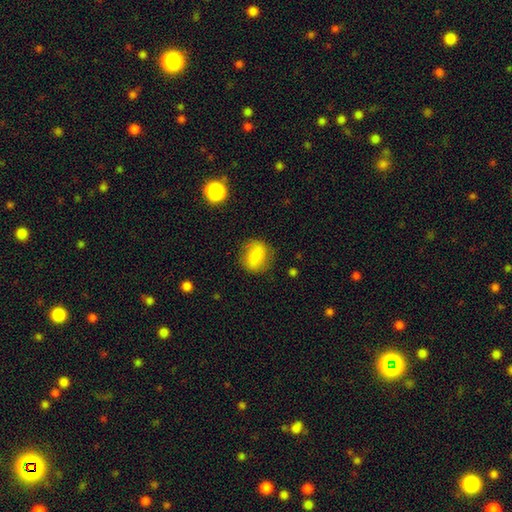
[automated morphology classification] The model was most divided on "how rounded": round: 61%, in between: 37%, cigar-shaped: 2%. More confident: merging — none (80%); smooth or featured — smooth (70%).